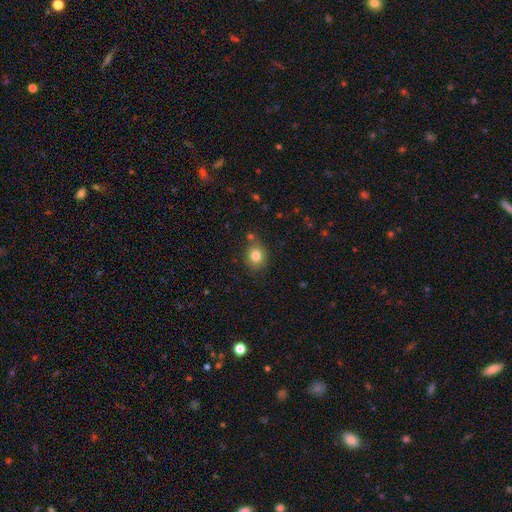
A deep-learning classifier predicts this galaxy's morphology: A smooth galaxy with no disk features (81%) that is round (62%).

Vote fractions:
- Smooth or featured? smooth: 81% / star or artifact: 11% / featured or disk: 8%
- How rounded? round: 62% / in between: 37% / cigar-shaped: 1%
- Merging? none: 74% / minor disturbance: 16% / merger: 6% / major disturbance: 4%